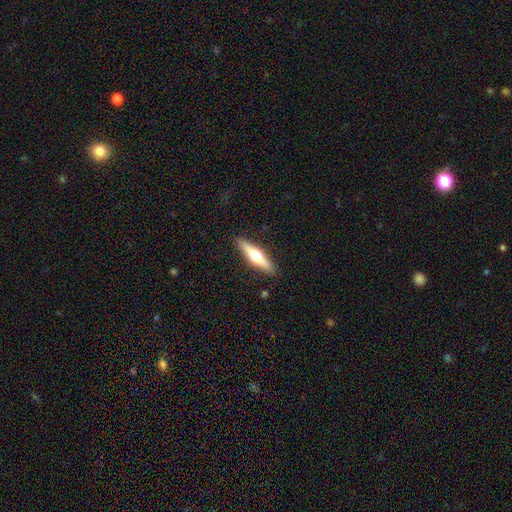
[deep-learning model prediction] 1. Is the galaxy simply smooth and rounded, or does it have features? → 54% featured or disk, 40% smooth, 5% star or artifact.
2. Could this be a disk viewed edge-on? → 95% yes, 5% no.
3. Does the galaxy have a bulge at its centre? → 93% rounded, 3% none, 3% boxy.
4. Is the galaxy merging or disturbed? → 90% none, 7% minor disturbance, 2% major disturbance, 1% merger.